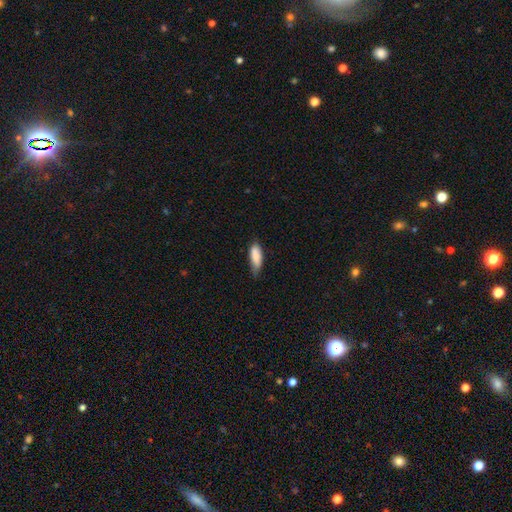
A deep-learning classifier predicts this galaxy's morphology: smooth 85%, featured or disk 9%, star or artifact 6%. Down the decision tree: how rounded — in between (68%); merging — none (54%).